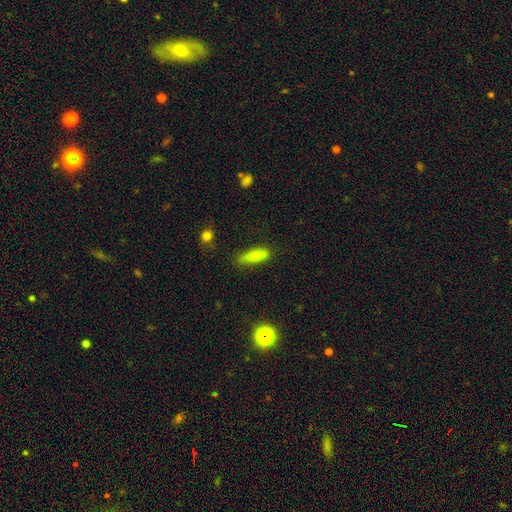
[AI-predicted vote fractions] smooth-or-featured: smooth: 83% | star or artifact: 9% | featured or disk: 8%
  how-rounded: cigar-shaped: 57% | in between: 41% | round: 2%
  merging: none: 74% | minor disturbance: 19% | major disturbance: 5% | merger: 2%